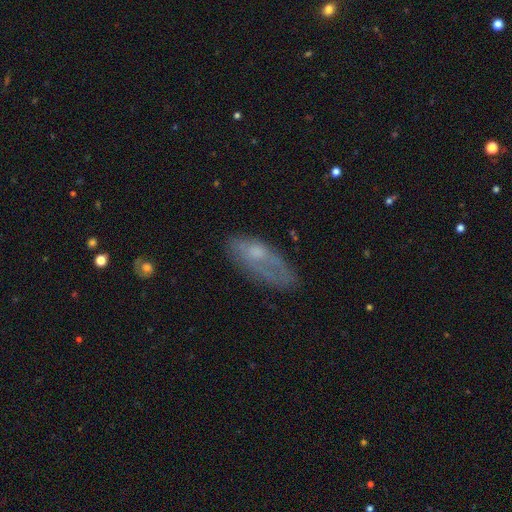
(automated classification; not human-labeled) Smooth or featured: smooth — 51% (featured or disk — 37%)
How rounded: in between — 78% (cigar-shaped — 18%)
Merging: none — 52% (minor disturbance — 27%)